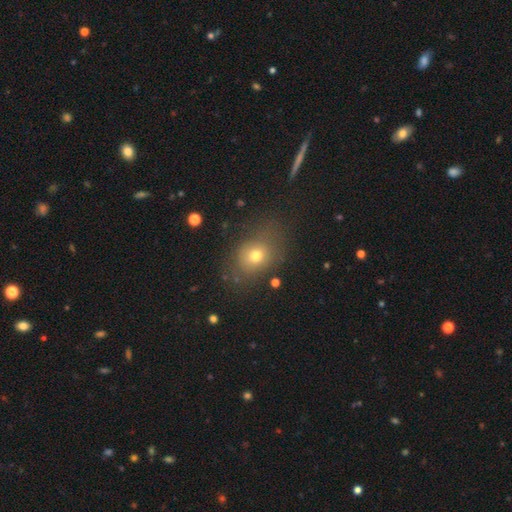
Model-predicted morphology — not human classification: This is likely a smooth galaxy (71%). How rounded: possibly in between (53%). Merging: likely none (71%).